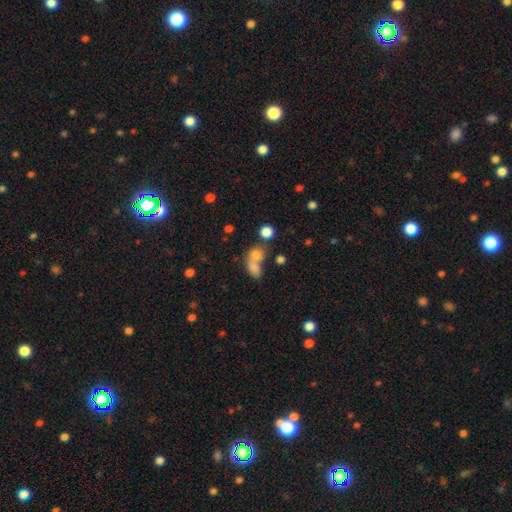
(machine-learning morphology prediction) Smooth or featured: smooth — 75% (star or artifact — 13%)
How rounded: round — 53% (in between — 44%)
Merging: merger — 55% (none — 31%)